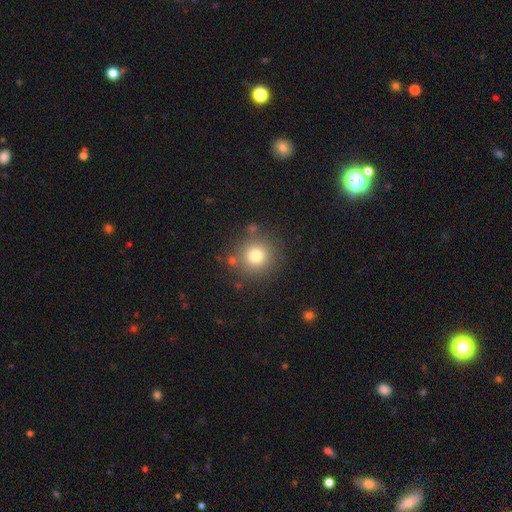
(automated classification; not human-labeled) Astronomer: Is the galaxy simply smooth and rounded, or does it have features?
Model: smooth — 77%.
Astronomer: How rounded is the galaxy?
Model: round — 94%.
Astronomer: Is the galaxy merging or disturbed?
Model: none — 83%.